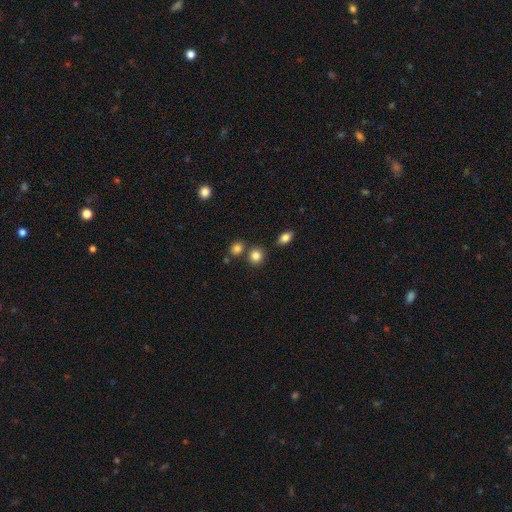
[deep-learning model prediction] smooth-or-featured: smooth: 84% | star or artifact: 11% | featured or disk: 5%
  how-rounded: round: 83% | in between: 16% | cigar-shaped: 1%
  merging: none: 74% | merger: 14% | minor disturbance: 9% | major disturbance: 3%